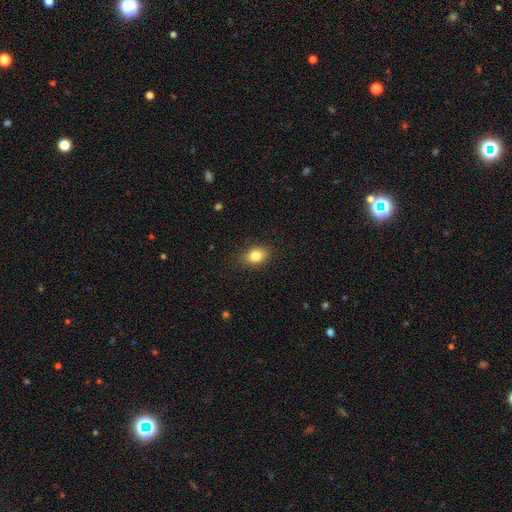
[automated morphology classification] Smooth or featured: smooth — 83% (star or artifact — 9%)
How rounded: in between — 74% (round — 24%)
Merging: none — 87% (minor disturbance — 10%)